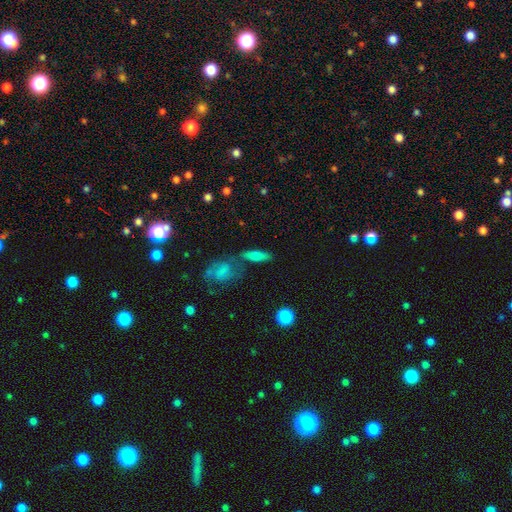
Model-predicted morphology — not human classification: The model was most divided on "how rounded": in between: 50%, cigar-shaped: 45%, round: 5%. More confident: smooth or featured — smooth (71%); merging — none (59%).